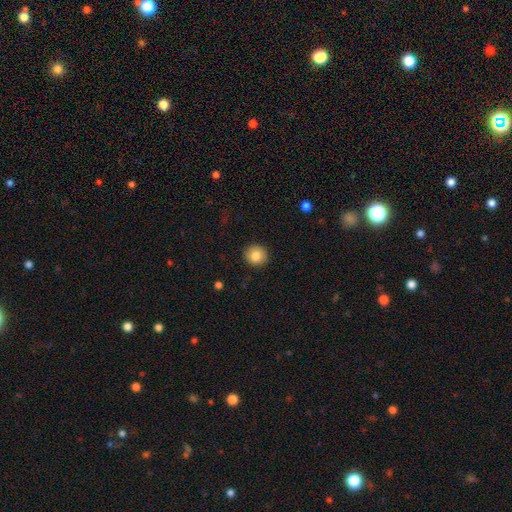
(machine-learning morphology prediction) smooth-or-featured: smooth: 83% | star or artifact: 9% | featured or disk: 8%
  how-rounded: round: 88% | in between: 11% | cigar-shaped: 1%
  merging: none: 91% | minor disturbance: 6% | major disturbance: 2% | merger: 1%